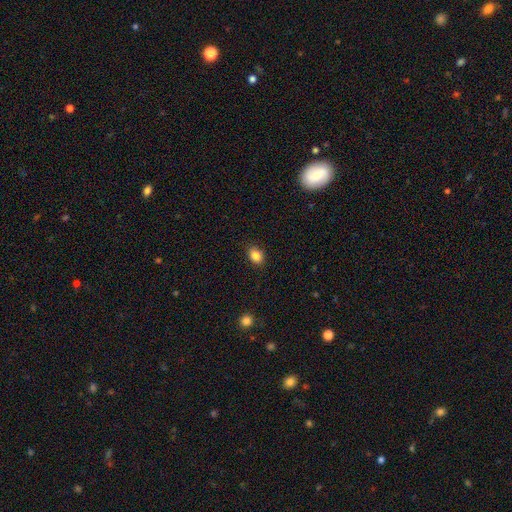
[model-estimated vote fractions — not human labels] smooth-or-featured: smooth: 85% | star or artifact: 10% | featured or disk: 5%
  how-rounded: in between: 69% | round: 30% | cigar-shaped: 1%
  merging: none: 86% | minor disturbance: 10% | major disturbance: 2% | merger: 1%